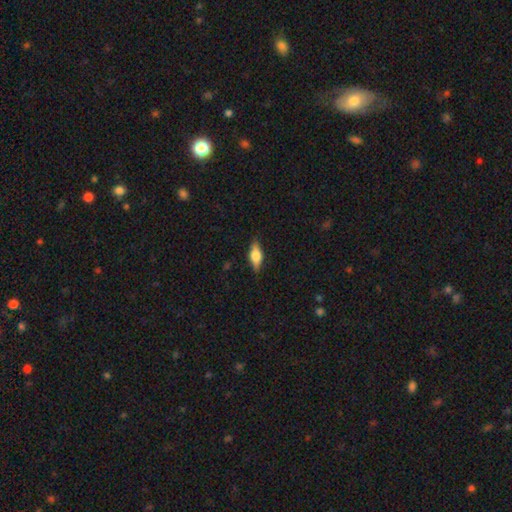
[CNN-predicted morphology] A smooth galaxy with no disk features (49%).

Vote fractions:
- Smooth or featured? smooth: 49% / featured or disk: 43% / star or artifact: 8%
- Merging? none: 85% / minor disturbance: 12% / major disturbance: 3% / merger: 1%